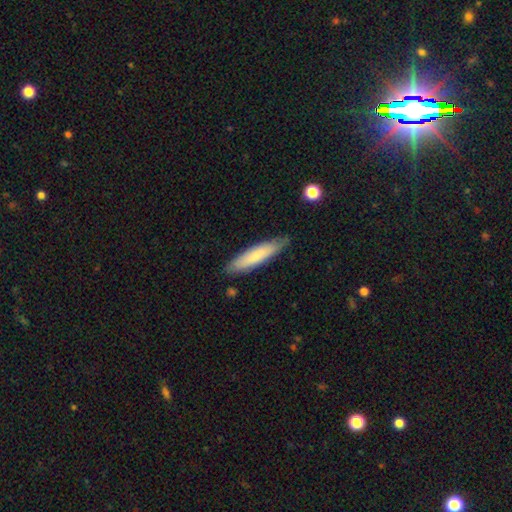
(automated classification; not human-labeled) Smooth or featured?
  - smooth: 76% *
  - featured or disk: 18%
  - star or artifact: 6%
How rounded?
  - cigar-shaped: 79% *
  - in between: 19%
  - round: 1%
Merging?
  - none: 82% *
  - minor disturbance: 14%
  - major disturbance: 2%
  - merger: 1%